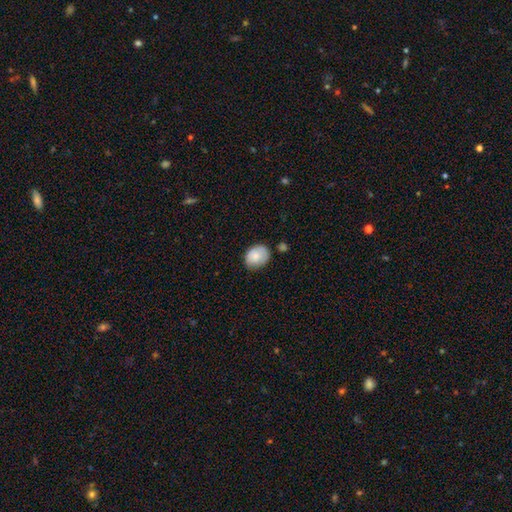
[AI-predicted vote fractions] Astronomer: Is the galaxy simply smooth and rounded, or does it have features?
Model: smooth — 81%.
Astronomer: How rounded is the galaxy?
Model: in between — 58% (runner-up: round, 41%).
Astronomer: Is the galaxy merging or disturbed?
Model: none — 68%.